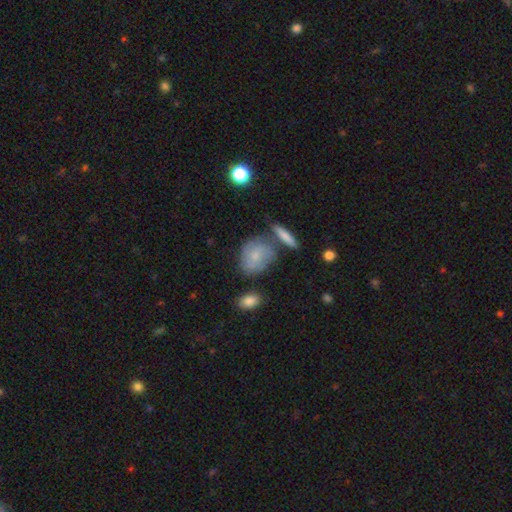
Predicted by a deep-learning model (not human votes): smooth 61%, featured or disk 32%, star or artifact 8%. Down the decision tree: how rounded — round (53%); merging — none (55%).